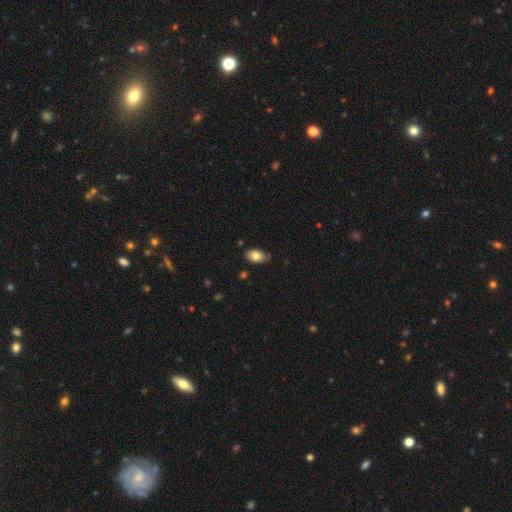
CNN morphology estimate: smooth_or_featured: smooth (p=0.78) [alt: featured or disk p=0.14]
how_rounded: in between (p=0.90) [alt: round p=0.08]
merging: none (p=0.69) [alt: minor disturbance p=0.25]